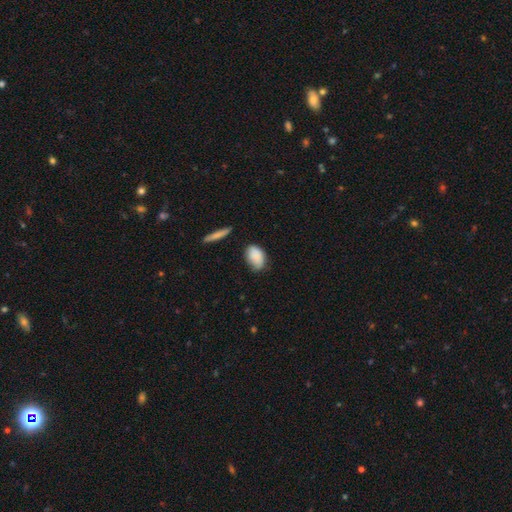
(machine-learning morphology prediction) Q: Smooth or featured?
A: smooth (85%); runner-up: featured or disk (8%)
Q: How rounded?
A: in between (87%); runner-up: round (11%)
Q: Merging?
A: none (62%); runner-up: minor disturbance (30%)